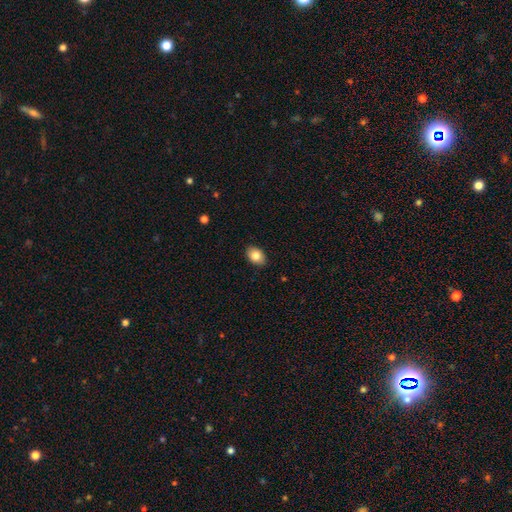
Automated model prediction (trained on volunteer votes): A smooth galaxy with no disk features (82%) that is in between round and cigar-shaped (83%). Merging: none (88%).